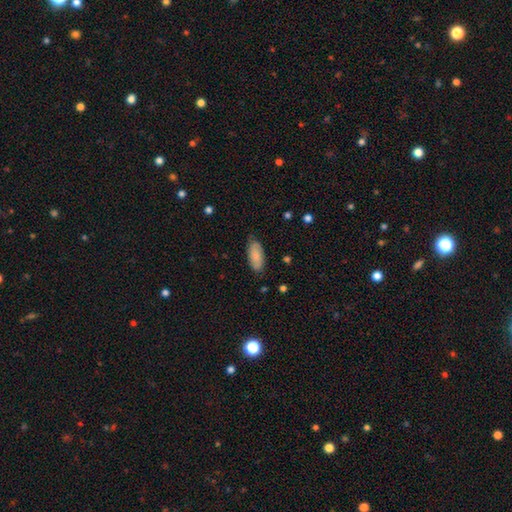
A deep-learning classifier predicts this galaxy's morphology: Q: Smooth or featured?
A: smooth (82%); runner-up: featured or disk (12%)
Q: How rounded?
A: in between (87%); runner-up: cigar-shaped (11%)
Q: Merging?
A: none (78%); runner-up: minor disturbance (17%)